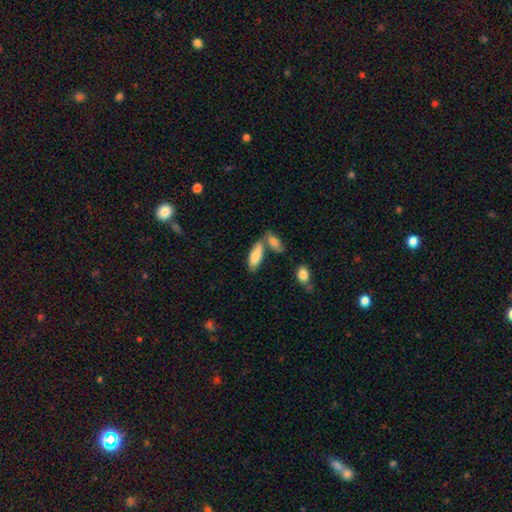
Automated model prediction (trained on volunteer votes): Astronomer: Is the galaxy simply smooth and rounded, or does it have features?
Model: smooth — 82%.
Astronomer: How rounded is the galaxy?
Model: in between — 73%.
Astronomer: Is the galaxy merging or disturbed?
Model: none — 49% (runner-up: merger, 33%).